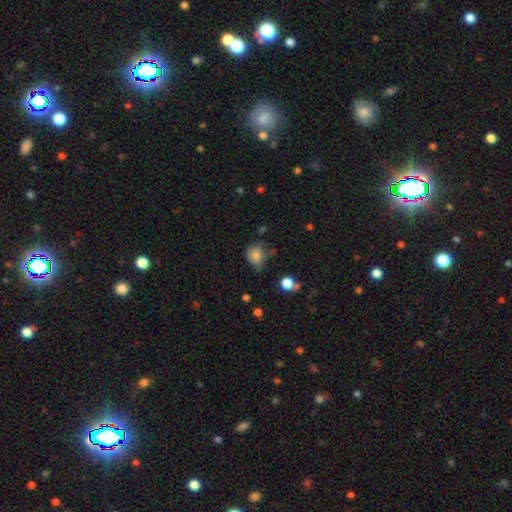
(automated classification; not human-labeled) The model was most divided on "merging": none: 45%, minor disturbance: 35%, major disturbance: 14%, merger: 6%. More confident: smooth or featured — smooth (79%); how rounded — round (64%).